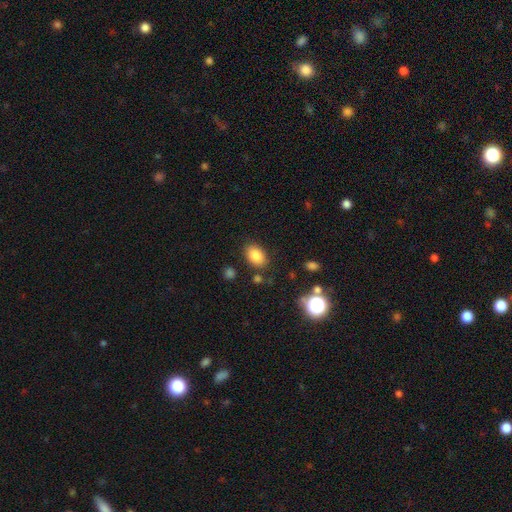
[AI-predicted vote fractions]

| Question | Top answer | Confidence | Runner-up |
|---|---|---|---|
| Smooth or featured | smooth | 83% | star or artifact (10%) |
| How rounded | in between | 81% | round (18%) |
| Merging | none | 81% | minor disturbance (12%) |